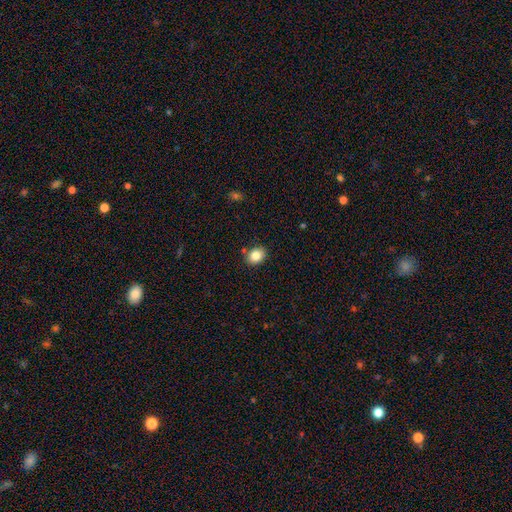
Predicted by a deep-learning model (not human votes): smooth_or_featured: smooth (p=0.84) [alt: star or artifact p=0.09]
how_rounded: round (p=0.51) [alt: in between p=0.48]
merging: none (p=0.86) [alt: minor disturbance p=0.09]